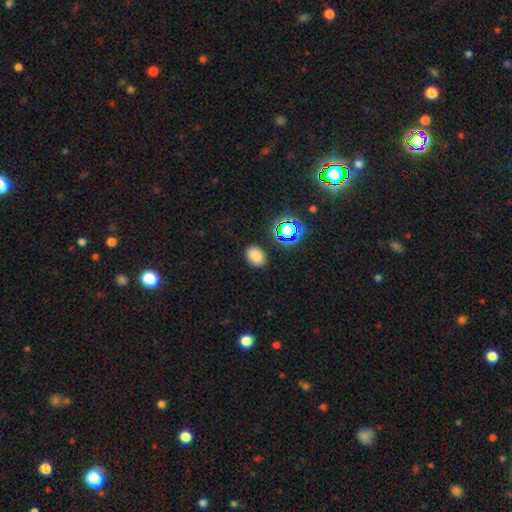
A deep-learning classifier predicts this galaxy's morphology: A smooth galaxy with no disk features (78%) that is in between round and cigar-shaped (73%). Merging: none (85%).